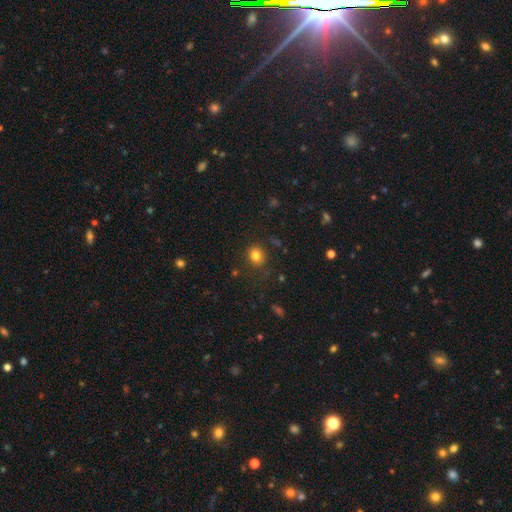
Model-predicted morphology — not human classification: A smooth galaxy with no disk features (80%) that is round (78%). Merging: none (82%).